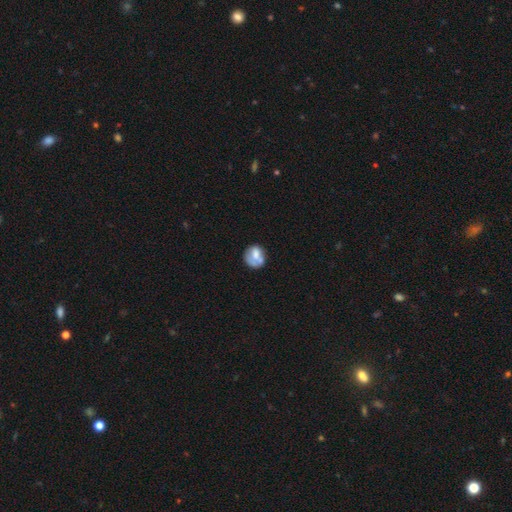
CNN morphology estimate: smooth_or_featured: smooth (p=0.62) [alt: featured or disk p=0.30]
how_rounded: round (p=0.72) [alt: in between p=0.27]
merging: none (p=0.46) [alt: minor disturbance p=0.23]